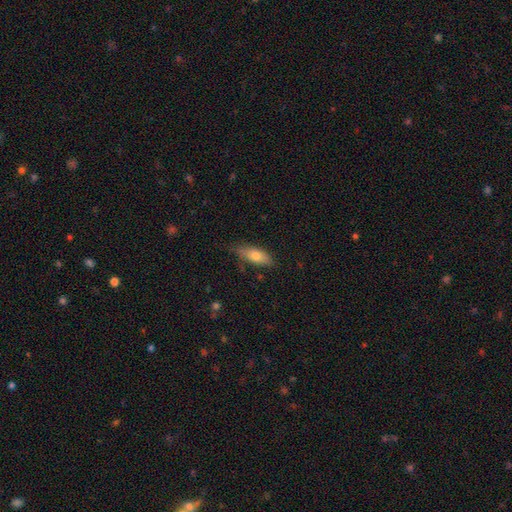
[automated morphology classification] A smooth galaxy with no disk features (71%) that is in between round and cigar-shaped (63%).

Vote fractions:
- Smooth or featured? smooth: 71% / featured or disk: 22% / star or artifact: 7%
- How rounded? in between: 63% / cigar-shaped: 34% / round: 3%
- Merging? none: 66% / minor disturbance: 27% / major disturbance: 5% / merger: 2%